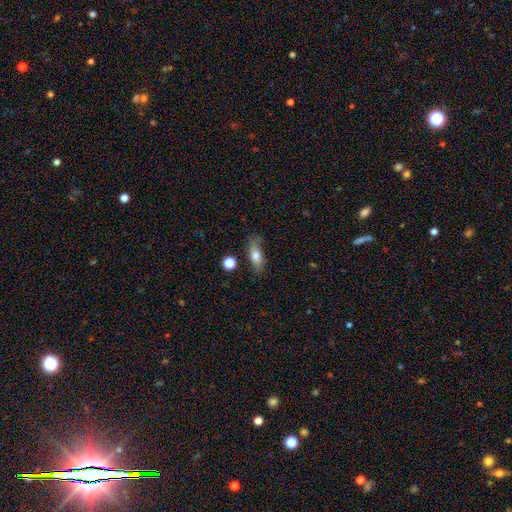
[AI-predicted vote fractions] Morphology: type=smooth (73%); roundness=in between (62%); merging=none (77%).